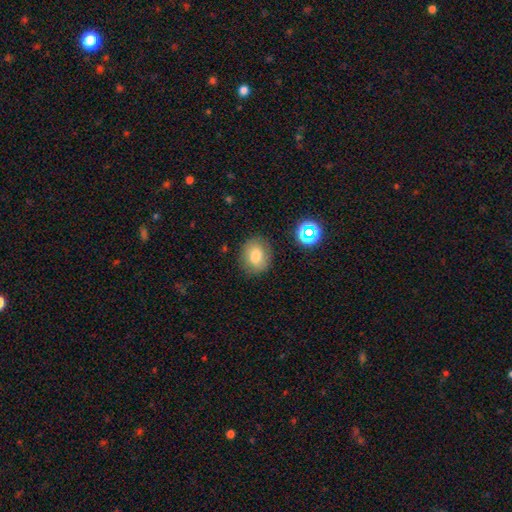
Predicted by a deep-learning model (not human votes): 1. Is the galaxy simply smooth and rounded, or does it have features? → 75% smooth, 13% featured or disk, 12% star or artifact.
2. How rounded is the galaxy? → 66% round, 33% in between, 1% cigar-shaped.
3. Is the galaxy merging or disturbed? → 83% none, 12% minor disturbance, 3% major disturbance, 2% merger.